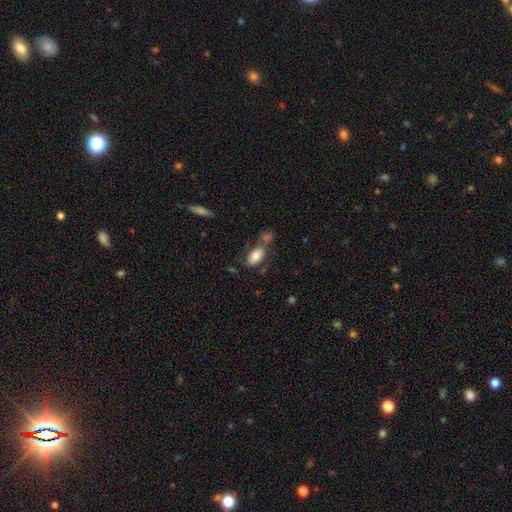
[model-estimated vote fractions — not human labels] Smooth or featured? Predicted: smooth (p=0.78). How rounded? Predicted: in between (p=0.92). Merging? Predicted: none (p=0.46).